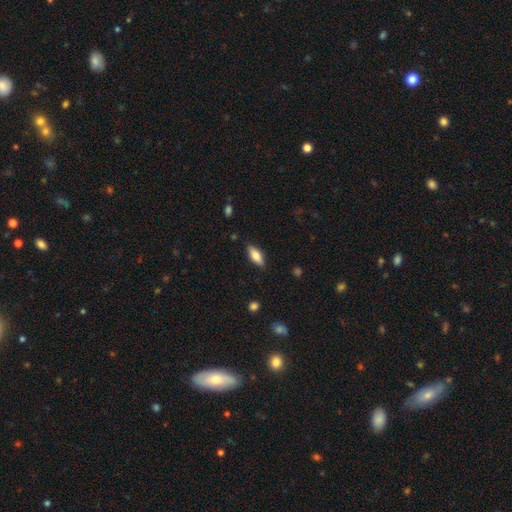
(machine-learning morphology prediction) This is likely a smooth galaxy (71%). How rounded: likely in between (75%). Merging: clearly none (84%).